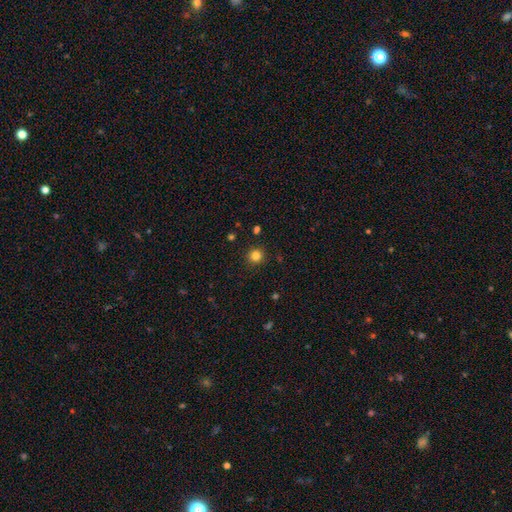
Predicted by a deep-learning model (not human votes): A smooth galaxy with no disk features (81%) that is round (94%). Merging: none (91%).